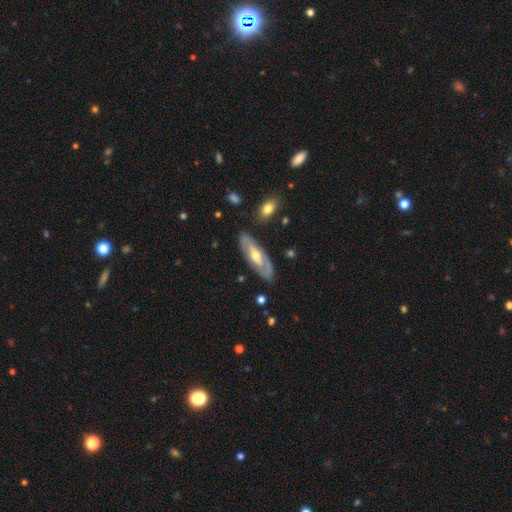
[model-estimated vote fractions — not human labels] This appears to be a featured or disk galaxy (73%) with no bar (57%), spiral arms (57%) and a moderate central bulge (67%). Merging: none (81%).